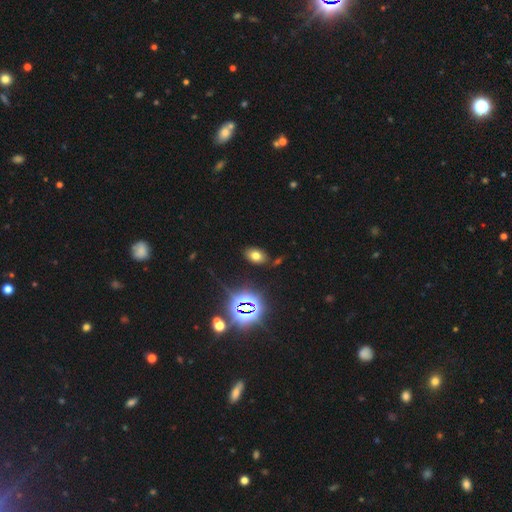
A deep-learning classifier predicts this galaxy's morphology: A smooth galaxy with no disk features (64%) that is in between round and cigar-shaped (86%). Merging: none (85%).